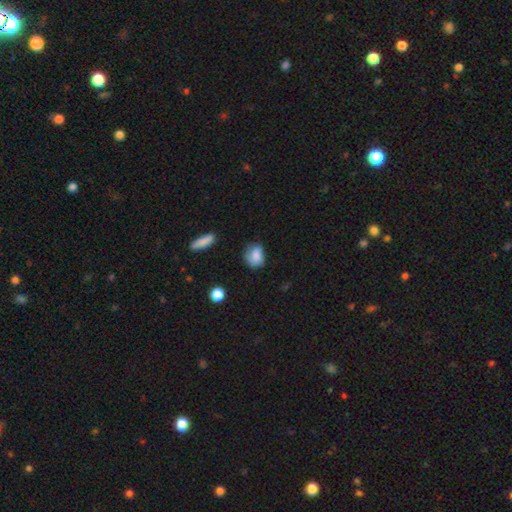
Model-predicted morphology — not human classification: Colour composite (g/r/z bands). It shows a smooth galaxy with no disk features (79%) that is in between round and cigar-shaped (58%). Merging: none (57%).